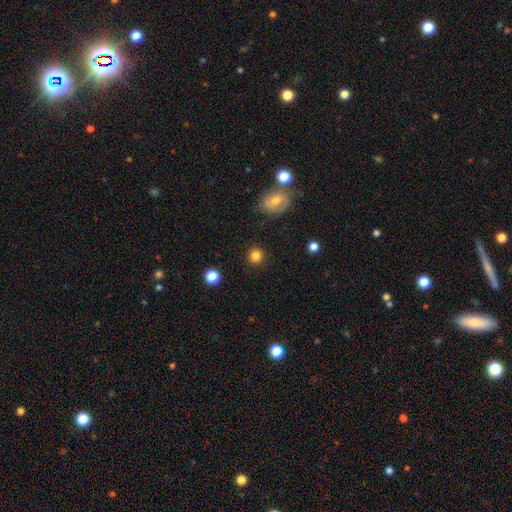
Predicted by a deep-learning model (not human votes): A smooth galaxy with no disk features (84%) that is round (92%). Merging: none (90%).